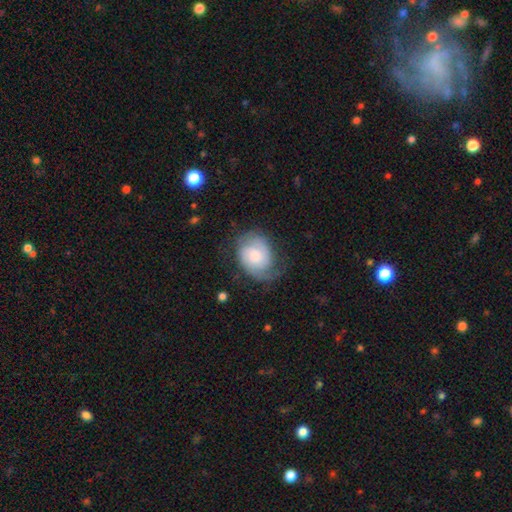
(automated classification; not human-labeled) Q: Smooth or featured?
A: featured or disk (64%); runner-up: smooth (29%)
Q: Edge-on disk?
A: no (97%); runner-up: yes (3%)
Q: Bar?
A: no (69%); runner-up: weak (27%)
Q: Spiral arms?
A: yes (91%); runner-up: no (9%)
Q: Spiral winding?
A: tight (43%); runner-up: medium (40%)
Q: Spiral arm count?
A: 2 (66%); runner-up: can't tell (17%)
Q: Bulge size?
A: moderate (44%); runner-up: small (41%)
Q: Merging?
A: none (59%); runner-up: minor disturbance (25%)